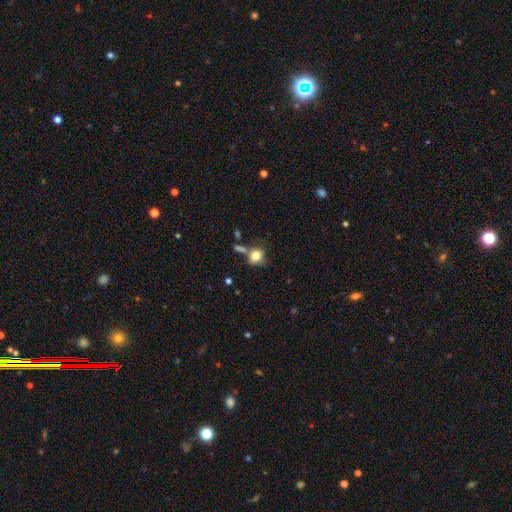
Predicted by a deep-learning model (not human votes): Smooth or featured?
  - smooth: 79% *
  - featured or disk: 10%
  - star or artifact: 10%
How rounded?
  - round: 71% *
  - in between: 27%
  - cigar-shaped: 2%
Merging?
  - none: 52% *
  - merger: 20%
  - minor disturbance: 18%
  - major disturbance: 9%